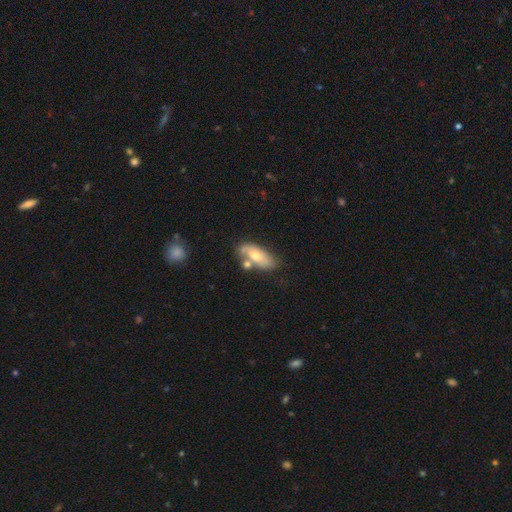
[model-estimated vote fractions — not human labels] smooth-or-featured: smooth: 50% | featured or disk: 44% | star or artifact: 7%
  merging: none: 47% | merger: 25% | minor disturbance: 21% | major disturbance: 8%